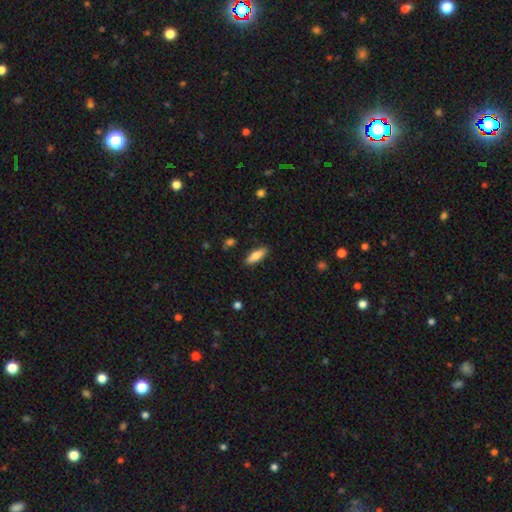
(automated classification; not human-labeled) Smooth or featured?
  - smooth: 78% *
  - featured or disk: 16%
  - star or artifact: 6%
How rounded?
  - in between: 55% *
  - cigar-shaped: 43%
  - round: 2%
Merging?
  - none: 87% *
  - minor disturbance: 10%
  - major disturbance: 2%
  - merger: 1%